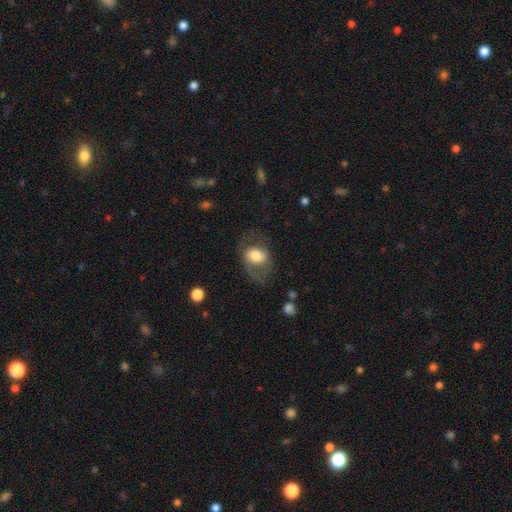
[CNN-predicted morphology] smooth_or_featured: smooth (p=0.58) [alt: featured or disk p=0.35]
how_rounded: in between (p=0.60) [alt: round p=0.39]
merging: none (p=0.54) [alt: major disturbance p=0.23]